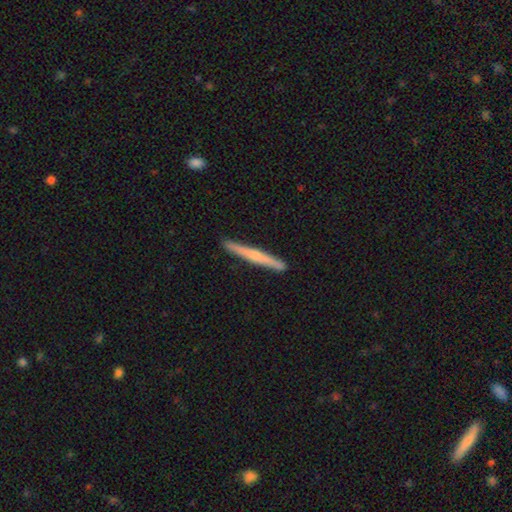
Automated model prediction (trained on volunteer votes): This appears to be a featured or disk galaxy (49%). Merging: none (91%).